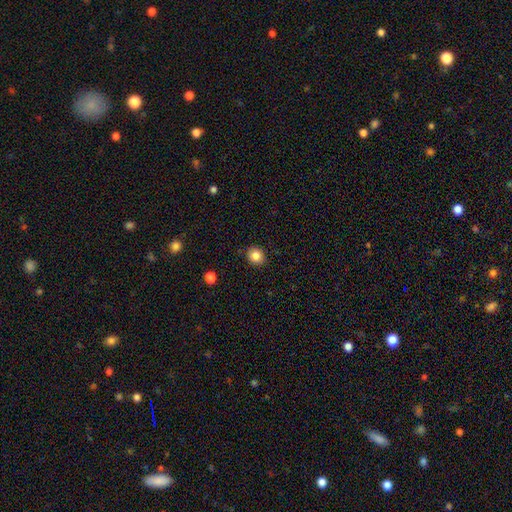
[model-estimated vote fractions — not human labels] smooth 84%, star or artifact 10%, featured or disk 6%. Down the decision tree: how rounded — round (77%); merging — none (89%).